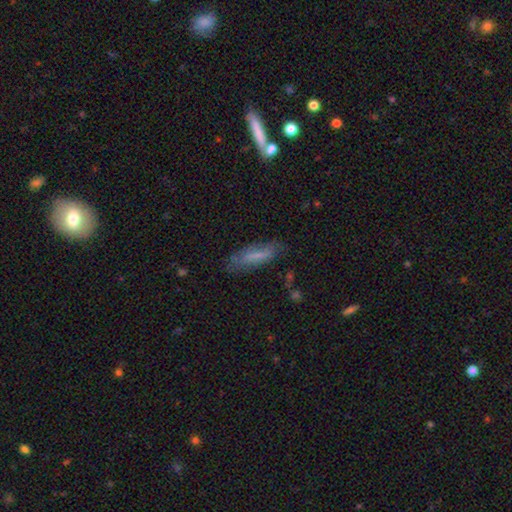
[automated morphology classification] smooth_or_featured: smooth (p=0.60) [alt: featured or disk p=0.31]
how_rounded: cigar-shaped (p=0.57) [alt: in between p=0.41]
merging: none (p=0.72) [alt: minor disturbance p=0.19]